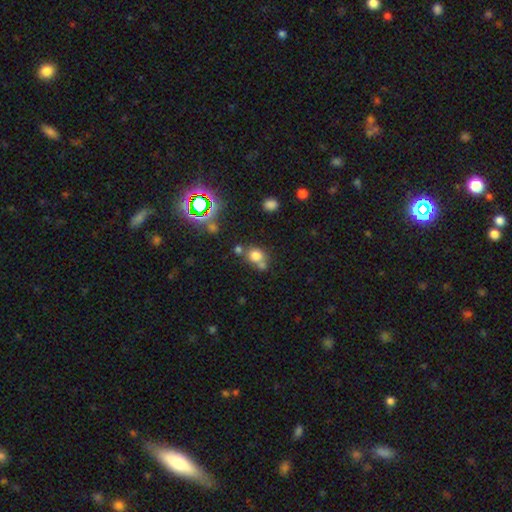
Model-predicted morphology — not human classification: A smooth galaxy with no disk features (73%) that is round (71%). Merging: none (48%).